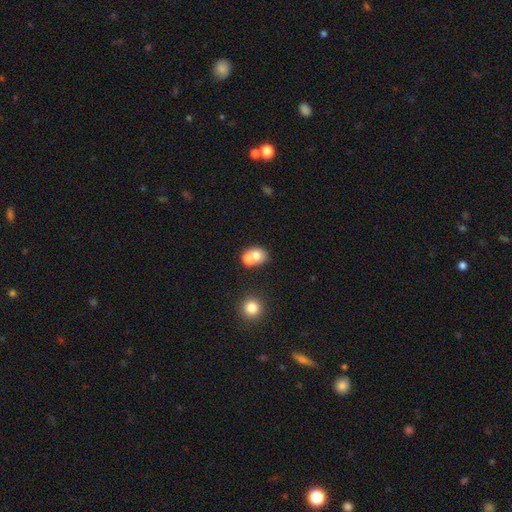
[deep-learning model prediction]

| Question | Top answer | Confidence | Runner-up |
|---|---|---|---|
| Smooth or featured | smooth | 68% | featured or disk (21%) |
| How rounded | round | 64% | in between (35%) |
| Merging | merger | 54% | none (35%) |